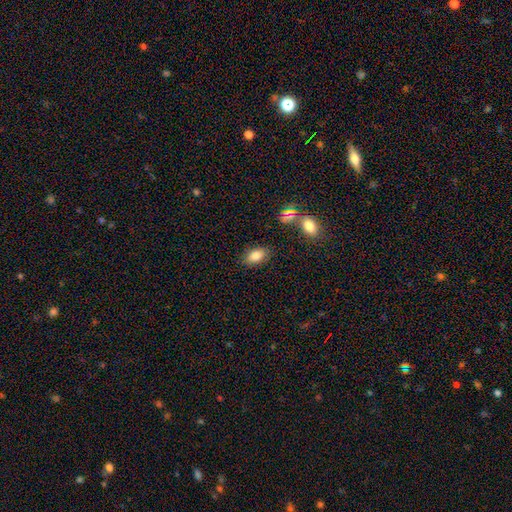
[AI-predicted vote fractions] Q: Smooth or featured?
A: smooth (83%); runner-up: star or artifact (9%)
Q: How rounded?
A: in between (90%); runner-up: round (7%)
Q: Merging?
A: none (83%); runner-up: minor disturbance (11%)